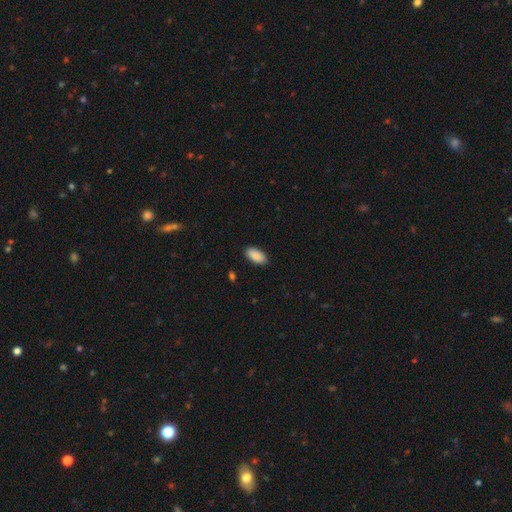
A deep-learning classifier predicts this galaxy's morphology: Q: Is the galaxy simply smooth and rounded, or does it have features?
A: smooth — 91%.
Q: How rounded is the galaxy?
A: in between — 94%.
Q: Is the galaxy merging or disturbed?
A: none — 89%.